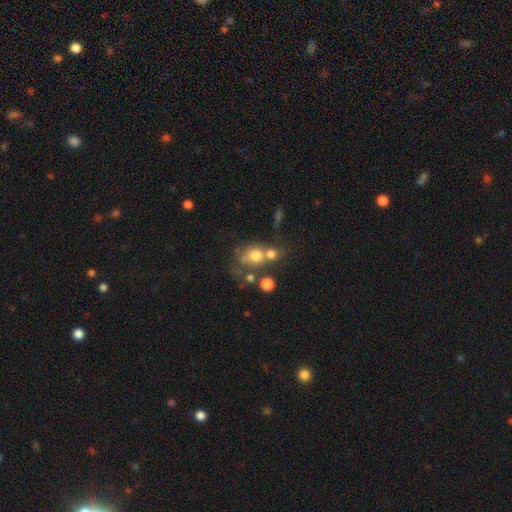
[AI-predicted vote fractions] This appears to be a smooth galaxy with no disk features (67%) that is round (62%). Merging: merger (47%).